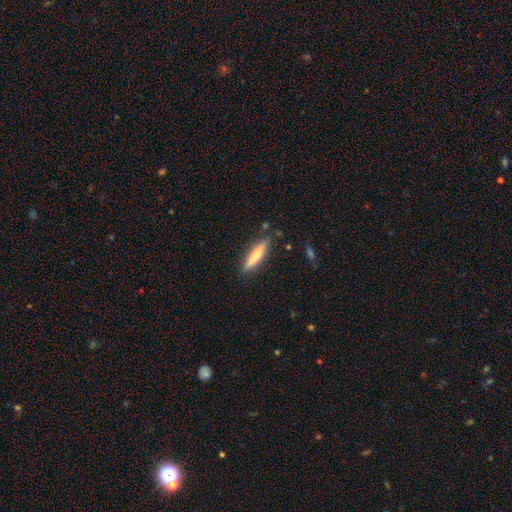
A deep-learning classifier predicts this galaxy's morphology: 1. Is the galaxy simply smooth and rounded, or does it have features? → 68% smooth, 26% featured or disk, 6% star or artifact.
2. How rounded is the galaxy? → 86% cigar-shaped, 13% in between, 1% round.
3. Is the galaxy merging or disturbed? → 85% none, 10% minor disturbance, 2% major disturbance, 2% merger.